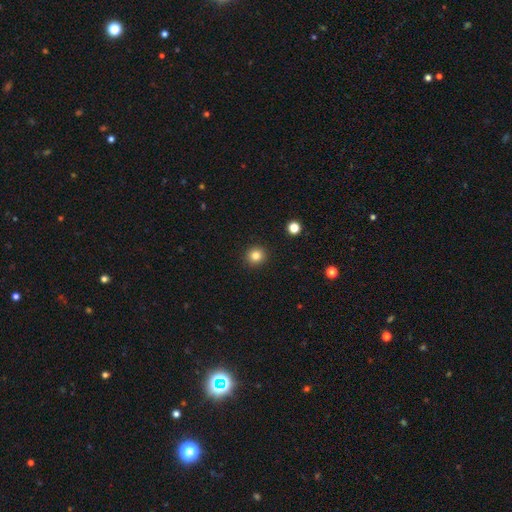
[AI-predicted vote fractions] Smooth or featured? Predicted: smooth (p=0.83). How rounded? Predicted: round (p=0.92). Merging? Predicted: none (p=0.92).